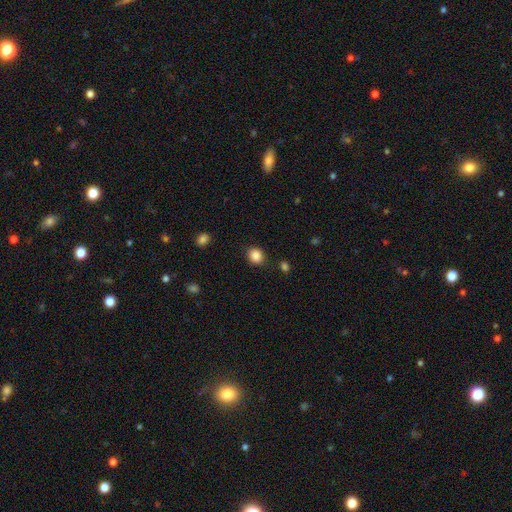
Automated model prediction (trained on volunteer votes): Q: Smooth or featured?
A: smooth (86%); runner-up: star or artifact (10%)
Q: How rounded?
A: round (71%); runner-up: in between (28%)
Q: Merging?
A: none (85%); runner-up: minor disturbance (10%)